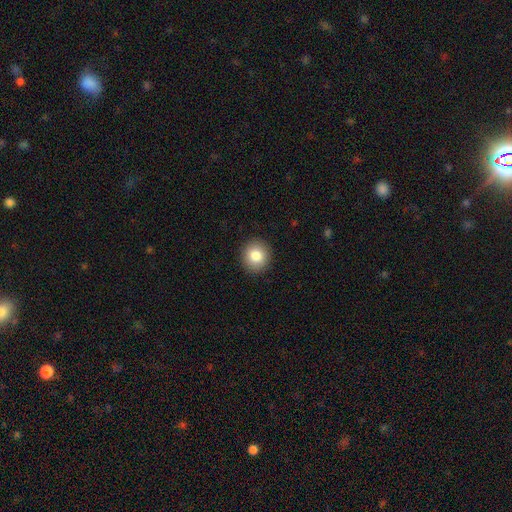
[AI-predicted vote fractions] smooth 84%, star or artifact 9%, featured or disk 7%. Down the decision tree: how rounded — round (89%); merging — none (92%).